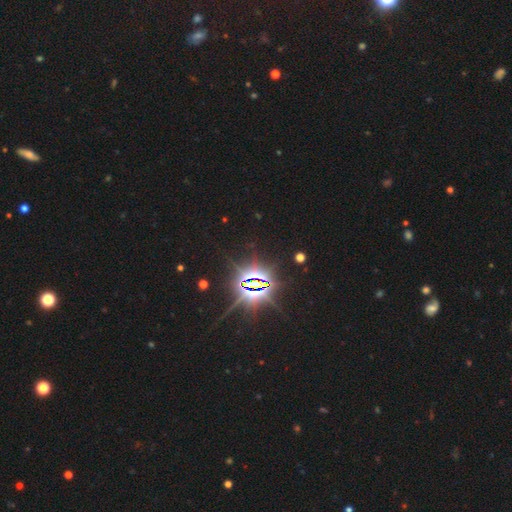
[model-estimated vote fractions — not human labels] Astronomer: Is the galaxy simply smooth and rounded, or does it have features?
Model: star or artifact — 87%.